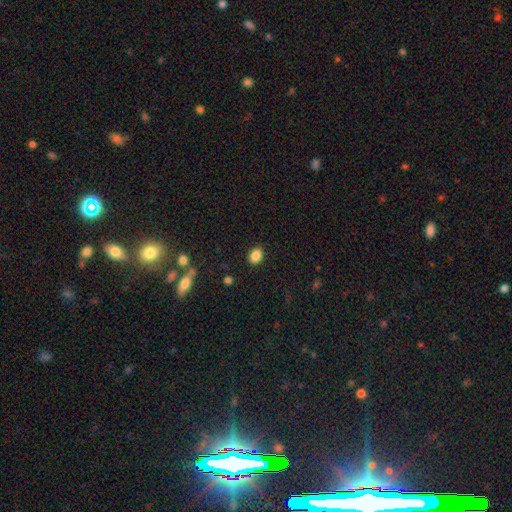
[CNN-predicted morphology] smooth 87%, star or artifact 9%, featured or disk 4%. Down the decision tree: how rounded — in between (66%); merging — none (88%).